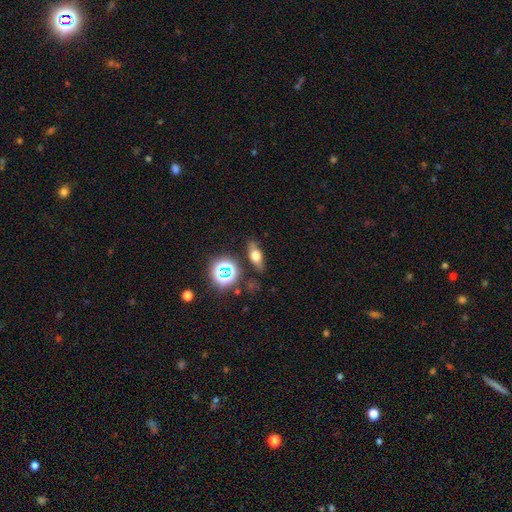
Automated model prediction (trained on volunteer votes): Smooth or featured? smooth (53%)
How rounded? in between (59%)
Merging? none (81%)